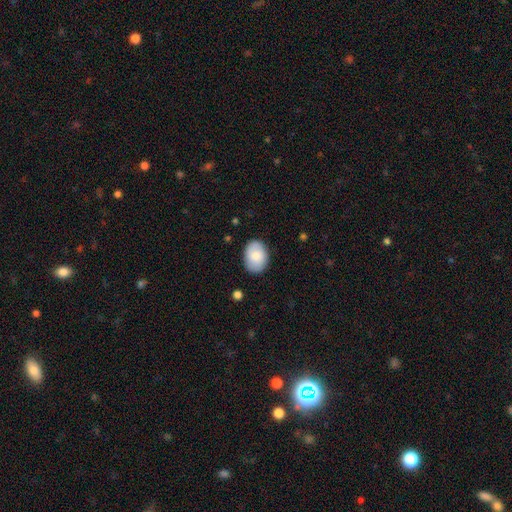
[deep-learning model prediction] Smooth or featured? Predicted: smooth (p=0.80). How rounded? Predicted: in between (p=0.78). Merging? Predicted: none (p=0.85).